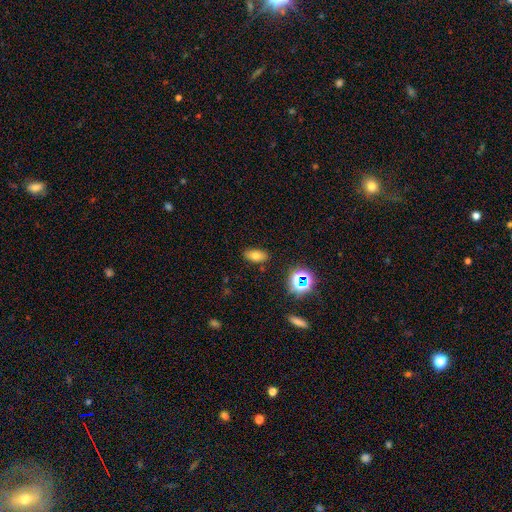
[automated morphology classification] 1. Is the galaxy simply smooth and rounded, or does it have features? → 69% smooth, 17% star or artifact, 13% featured or disk.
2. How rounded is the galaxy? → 86% in between, 8% round, 6% cigar-shaped.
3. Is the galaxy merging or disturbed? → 85% none, 10% minor disturbance, 3% major disturbance, 2% merger.